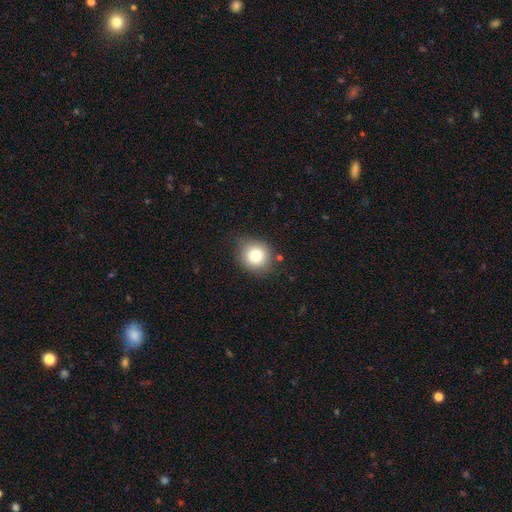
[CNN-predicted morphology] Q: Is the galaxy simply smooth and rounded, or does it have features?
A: smooth — 78%.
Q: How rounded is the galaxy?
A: round — 83%.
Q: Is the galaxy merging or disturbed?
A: none — 82%.